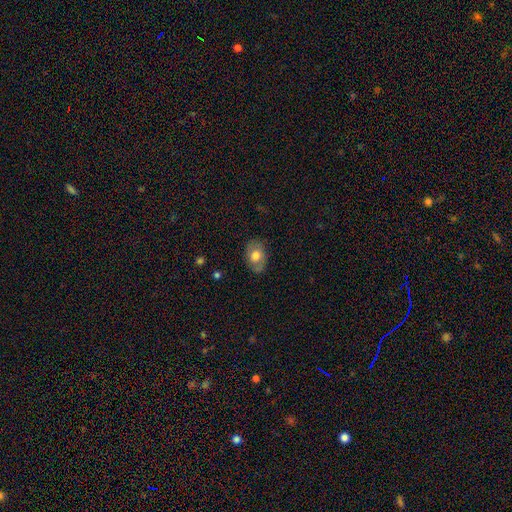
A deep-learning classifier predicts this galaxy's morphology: Smooth or featured? Predicted: smooth (p=0.55). How rounded? Predicted: in between (p=0.77). Merging? Predicted: none (p=0.80).